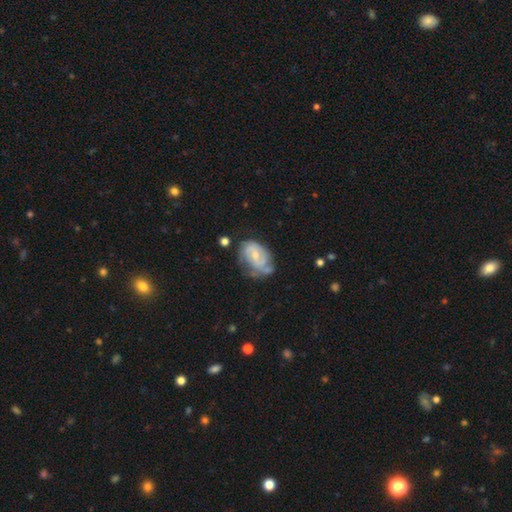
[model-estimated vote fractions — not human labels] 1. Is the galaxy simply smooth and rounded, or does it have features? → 72% featured or disk, 22% smooth, 6% star or artifact.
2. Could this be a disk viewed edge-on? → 97% no, 3% yes.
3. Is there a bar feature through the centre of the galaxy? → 55% no, 38% weak, 7% strong.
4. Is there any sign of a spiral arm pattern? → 86% yes, 14% no.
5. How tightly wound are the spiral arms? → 51% tight, 35% medium, 13% loose.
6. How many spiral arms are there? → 48% 2, 29% can't tell, 10% 3, 8% 1, 2% 4, 2% more than 4.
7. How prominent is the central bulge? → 50% small, 46% moderate, 2% none, 2% large, 1% dominant.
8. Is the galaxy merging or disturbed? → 49% none, 32% minor disturbance, 15% major disturbance, 5% merger.